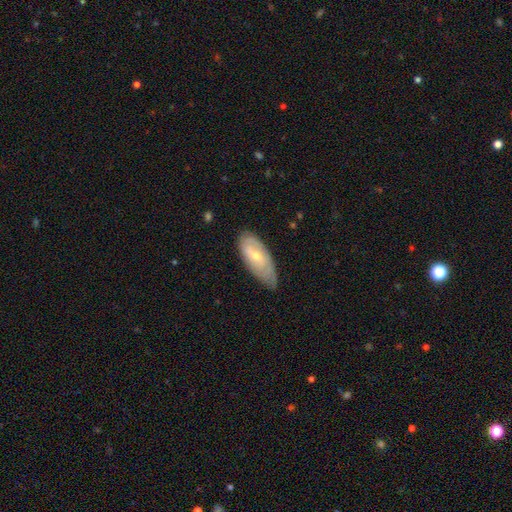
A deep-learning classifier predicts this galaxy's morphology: Q: Smooth or featured?
A: featured or disk (49%); runner-up: smooth (45%)
Q: Merging?
A: none (59%); runner-up: minor disturbance (33%)